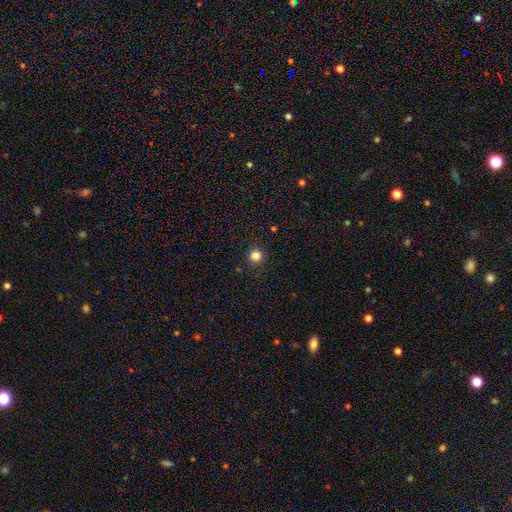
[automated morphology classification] Overall: smooth (83%). How rounded: round (95%). Merging: none (91%).